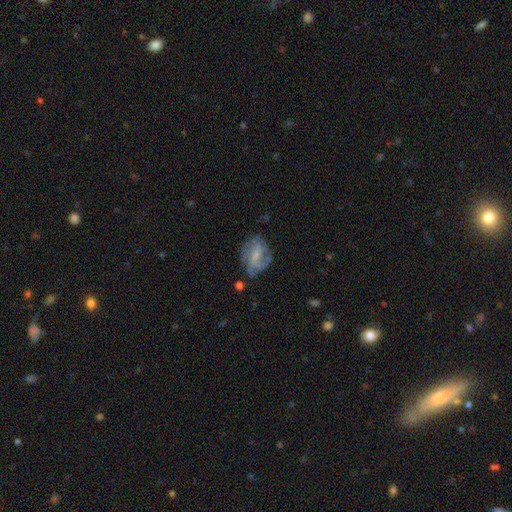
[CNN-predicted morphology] Smooth or featured? Predicted: featured or disk (p=0.74). Edge-on disk? Predicted: no (p=0.97). Bar? Predicted: weak (p=0.51). Spiral arms? Predicted: yes (p=0.87). Spiral winding? Predicted: medium (p=0.46). Spiral arm count? Predicted: 2 (p=0.38). Bulge size? Predicted: small (p=0.50). Merging? Predicted: none (p=0.55).